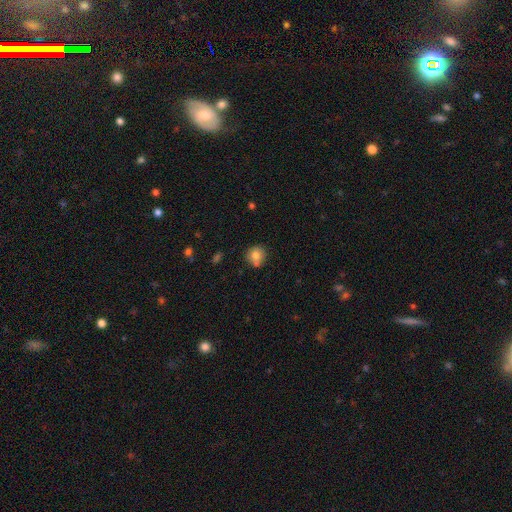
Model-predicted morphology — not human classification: Smooth or featured: smooth — 78% (featured or disk — 12%)
How rounded: round — 86% (in between — 13%)
Merging: none — 68% (minor disturbance — 16%)